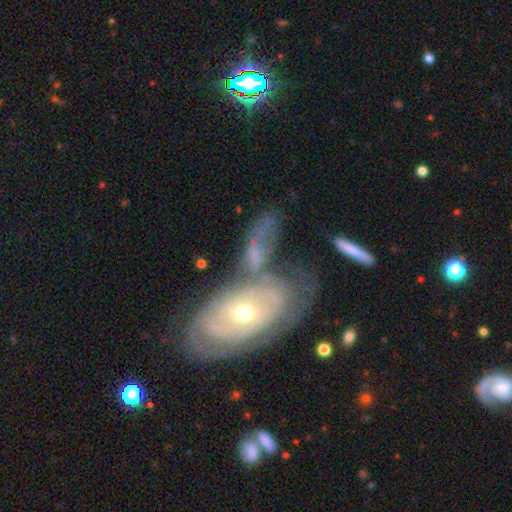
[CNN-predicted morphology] This is likely a featured or disk galaxy (65%). It is clearly not viewed edge-on (90%). Bar: likely no (65%). Spiral arm pattern: likely yes (68%). Central bulge: possibly moderate (51%). Merging: marginally merger (43%).